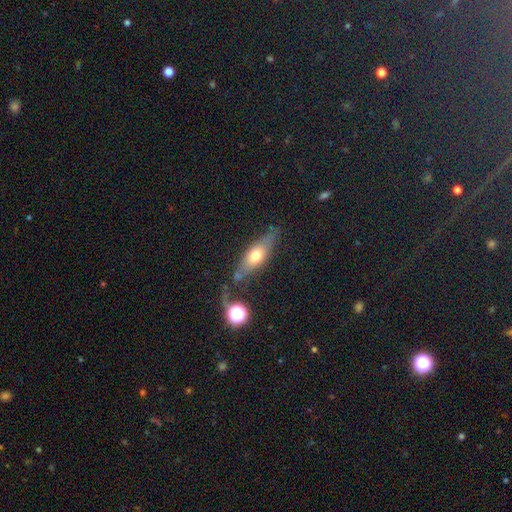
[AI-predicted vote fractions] This appears to be a smooth galaxy with no disk features (51%) that is in between round and cigar-shaped (53%). Merging: none (65%).